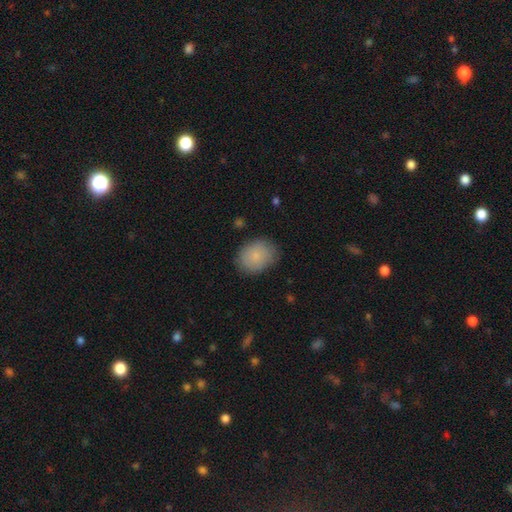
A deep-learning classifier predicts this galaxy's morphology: Smooth or featured? smooth (85%)
How rounded? in between (60%)
Merging? none (81%)